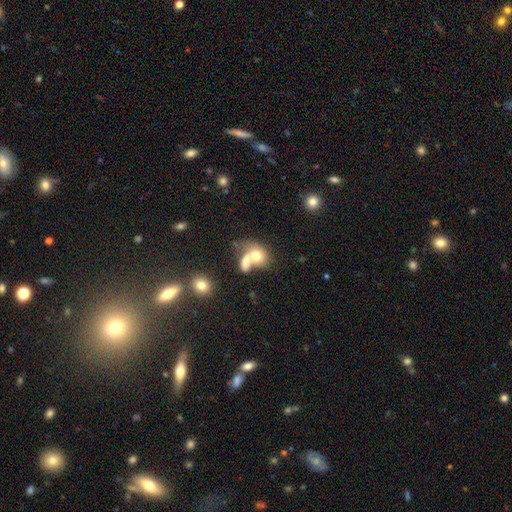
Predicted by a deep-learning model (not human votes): Overall: smooth (71%). How rounded: in between (60%; round 39%). Merging: merger (67%).